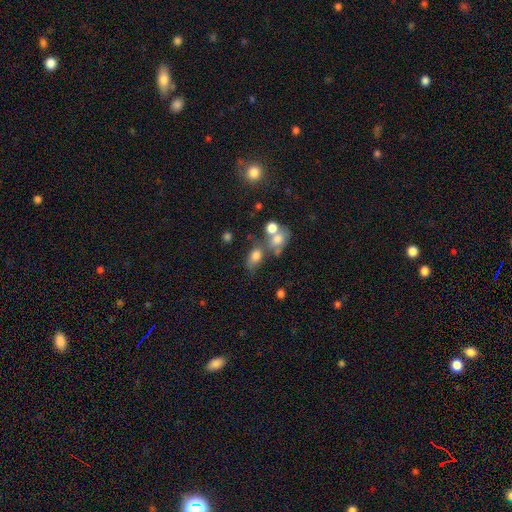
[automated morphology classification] Smooth or featured: smooth — 73% (featured or disk — 14%)
How rounded: in between — 74% (round — 24%)
Merging: none — 36% (merger — 33%)